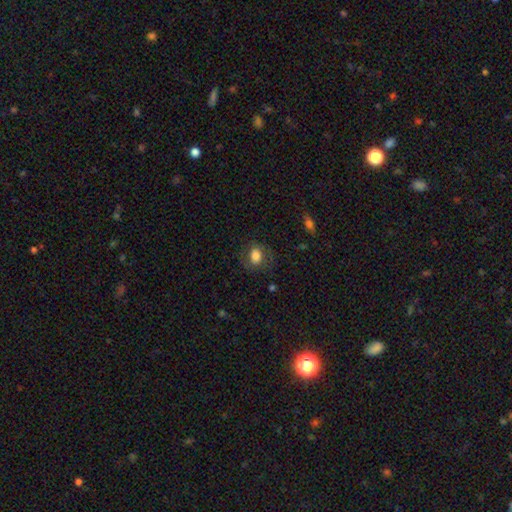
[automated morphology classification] Smooth or featured: smooth — 76% (featured or disk — 16%)
How rounded: in between — 57% (round — 42%)
Merging: none — 73% (minor disturbance — 16%)